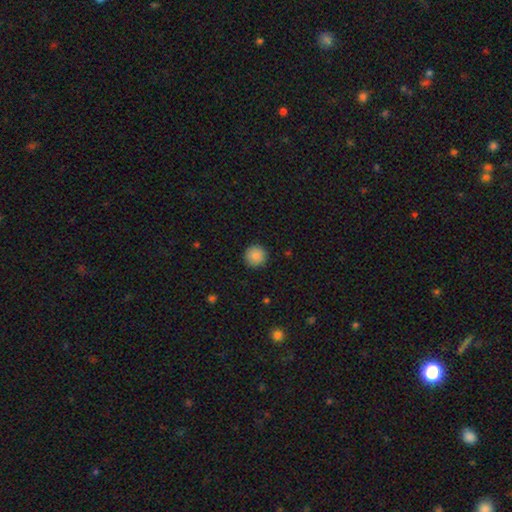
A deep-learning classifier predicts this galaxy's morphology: Smooth or featured?
  - smooth: 88% *
  - star or artifact: 8%
  - featured or disk: 4%
How rounded?
  - round: 96% *
  - in between: 3%
  - cigar-shaped: 1%
Merging?
  - none: 92% *
  - minor disturbance: 6%
  - major disturbance: 2%
  - merger: 1%